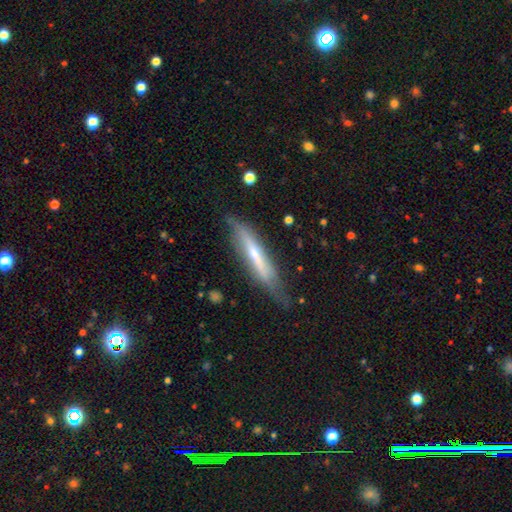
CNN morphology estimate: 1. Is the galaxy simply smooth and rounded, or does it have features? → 53% featured or disk, 40% smooth, 6% star or artifact.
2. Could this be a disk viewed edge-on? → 80% yes, 20% no.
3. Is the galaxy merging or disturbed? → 64% none, 26% minor disturbance, 8% major disturbance, 2% merger.